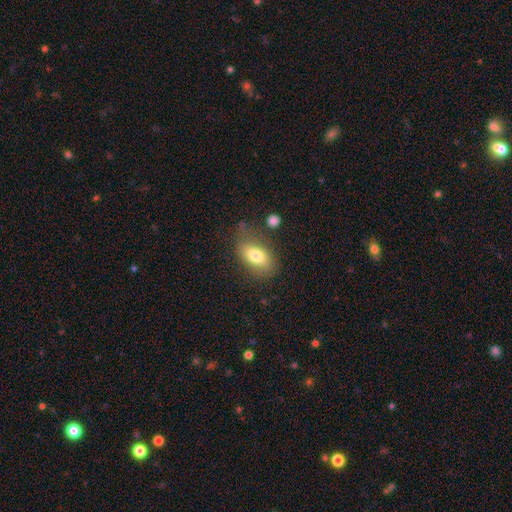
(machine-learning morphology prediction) Smooth or featured? Predicted: smooth (p=0.75). How rounded? Predicted: in between (p=0.89). Merging? Predicted: none (p=0.64).